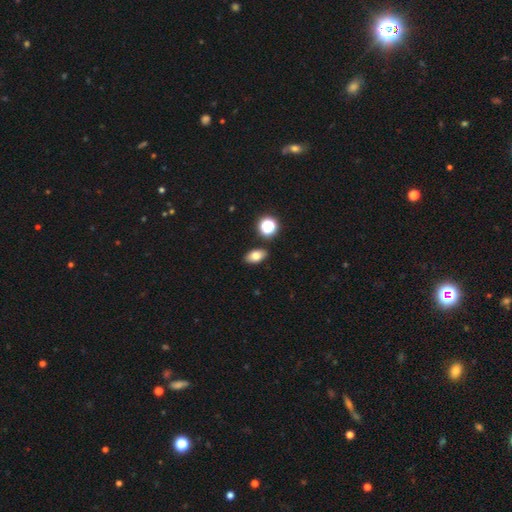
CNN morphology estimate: A smooth galaxy with no disk features (78%) that is in between round and cigar-shaped (87%). Merging: none (85%).